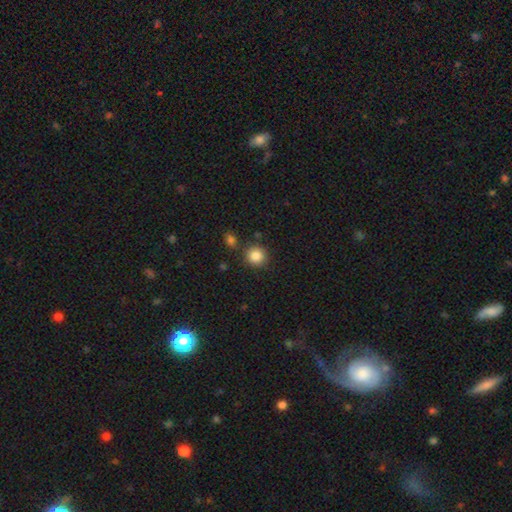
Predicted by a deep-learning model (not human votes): A smooth galaxy with no disk features (86%) that is round (91%).

Vote fractions:
- Smooth or featured? smooth: 86% / star or artifact: 10% / featured or disk: 4%
- How rounded? round: 91% / in between: 8% / cigar-shaped: 1%
- Merging? none: 83% / minor disturbance: 8% / merger: 5% / major disturbance: 3%